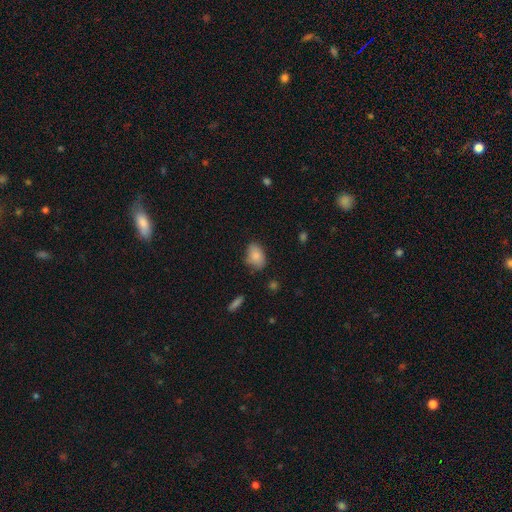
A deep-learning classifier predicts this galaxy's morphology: Smooth or featured? Predicted: smooth (p=0.84). How rounded? Predicted: in between (p=0.86). Merging? Predicted: none (p=0.71).